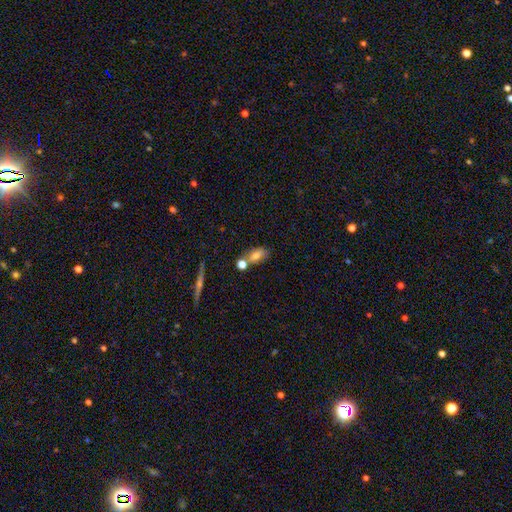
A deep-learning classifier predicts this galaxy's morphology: Smooth or featured? smooth (70%)
How rounded? in between (82%)
Merging? none (53%)